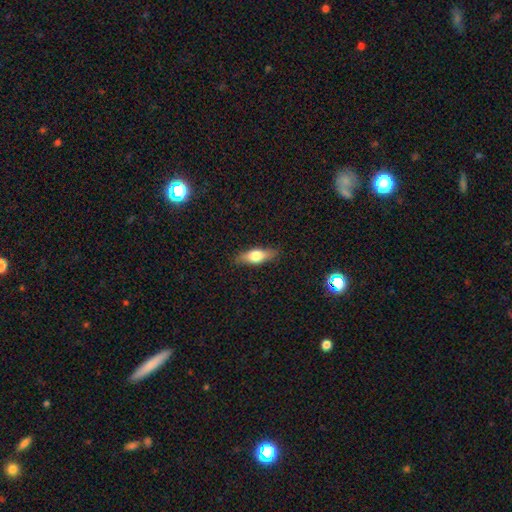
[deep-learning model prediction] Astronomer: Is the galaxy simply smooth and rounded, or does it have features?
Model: smooth — 59% (runner-up: featured or disk, 34%).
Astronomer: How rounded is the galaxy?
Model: in between — 56% (runner-up: cigar-shaped, 41%).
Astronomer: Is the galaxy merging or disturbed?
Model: none — 86%.